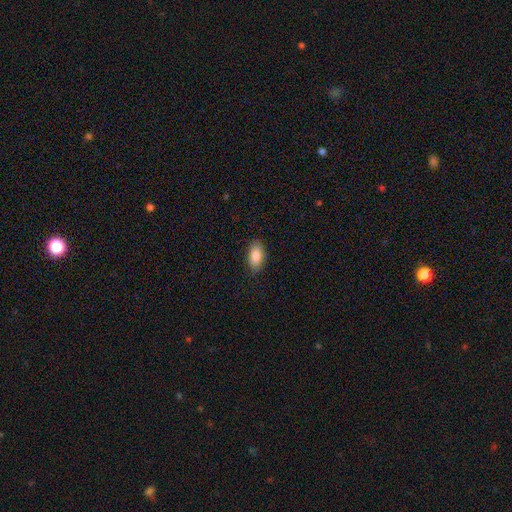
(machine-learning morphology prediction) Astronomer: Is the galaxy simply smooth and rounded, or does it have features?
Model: smooth — 86%.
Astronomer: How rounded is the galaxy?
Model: in between — 92%.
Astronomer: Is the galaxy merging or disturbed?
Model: none — 86%.